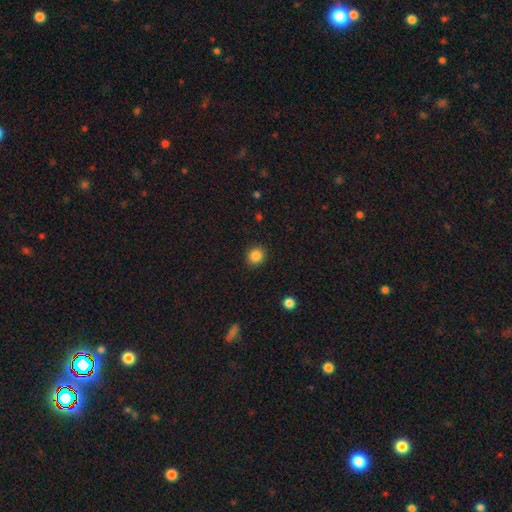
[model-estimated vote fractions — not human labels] Smooth or featured? smooth (86%)
How rounded? round (84%)
Merging? none (91%)